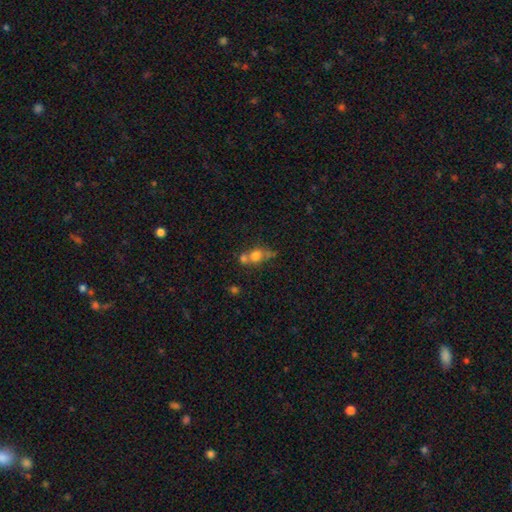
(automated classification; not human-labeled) The model was most divided on "merging": merger: 52%, none: 31%, minor disturbance: 10%, major disturbance: 6%. More confident: smooth or featured — smooth (68%); how rounded — round (65%).